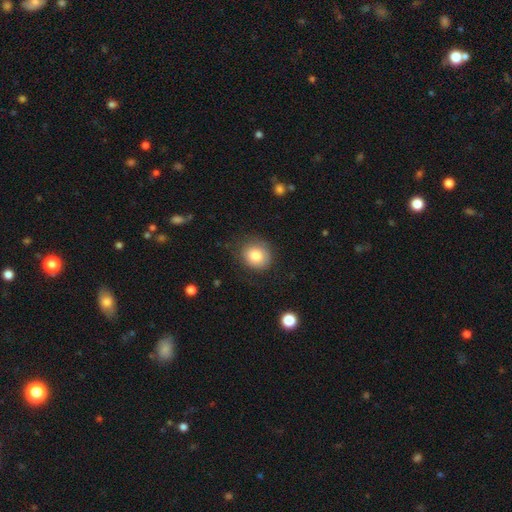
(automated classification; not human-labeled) This appears to be a smooth galaxy with no disk features (81%) that is round (76%). Merging: none (75%).